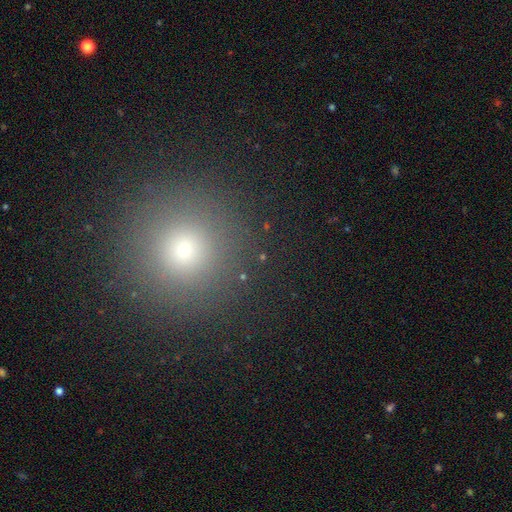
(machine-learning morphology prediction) The model was most divided on "smooth or featured": smooth: 71%, star or artifact: 22%, featured or disk: 7%. More confident: how rounded — round (95%); merging — none (92%).